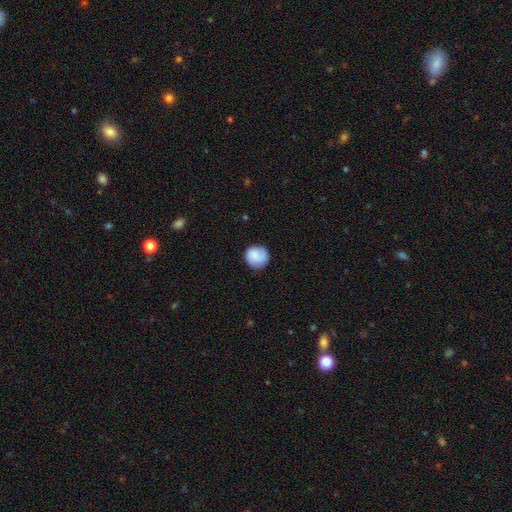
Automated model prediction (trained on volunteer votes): This appears to be a smooth galaxy with no disk features (78%) that is round (89%). Merging: none (79%).